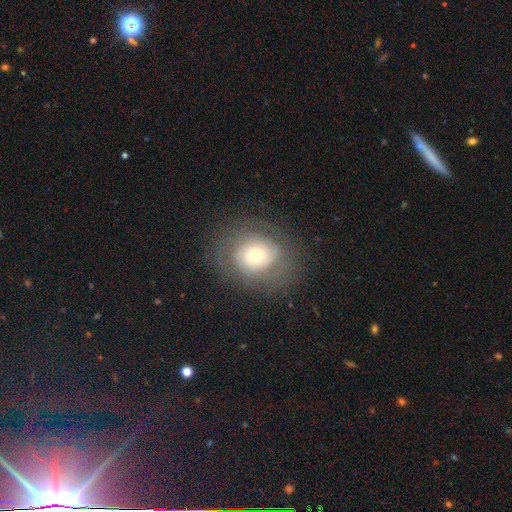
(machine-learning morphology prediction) Smooth or featured: featured or disk — 46% (smooth — 43%)
Merging: none — 76% (minor disturbance — 13%)